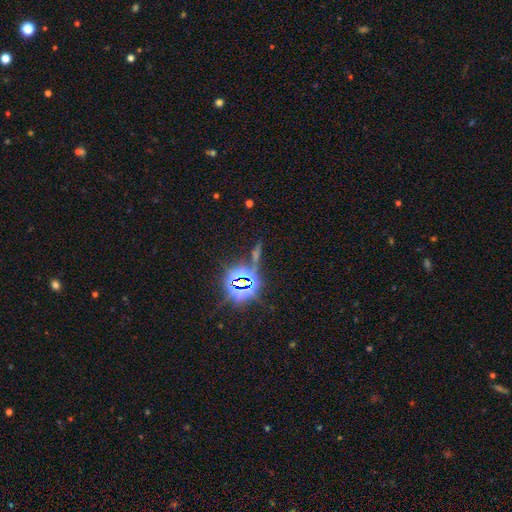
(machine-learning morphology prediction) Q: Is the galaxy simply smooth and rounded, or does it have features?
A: star or artifact — 74%.